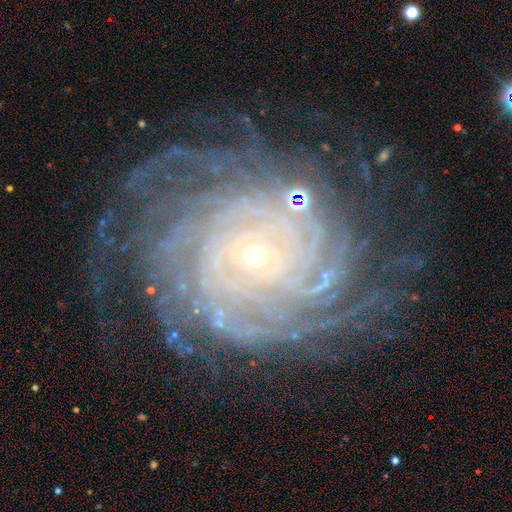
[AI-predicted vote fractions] This is clearly a featured or disk galaxy (91%). It is clearly not viewed edge-on (97%). Bar: likely no (69%). Spiral arm pattern: clearly yes (98%). Spiral arm count: marginally more than 4 (36%). Spiral winding: clearly tight (85%). Central bulge: clearly small (84%). Merging: likely none (73%).